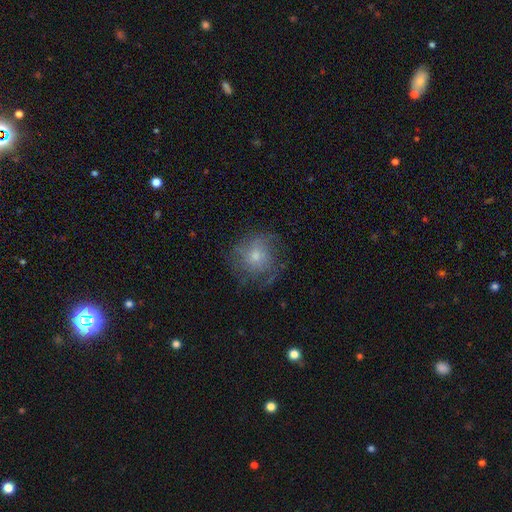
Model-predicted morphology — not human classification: type=smooth (46%); merging=none (66%).